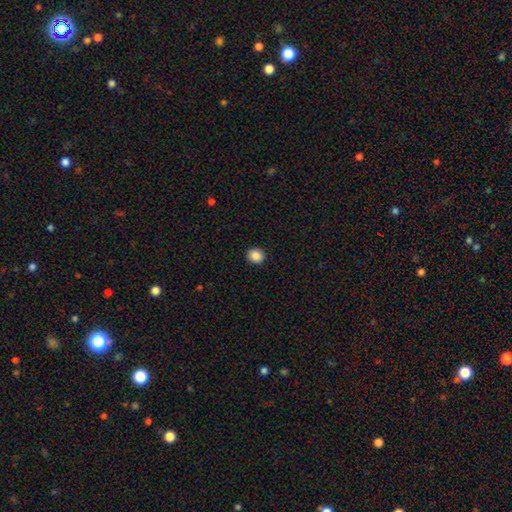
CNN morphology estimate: This is clearly a smooth galaxy (87%). How rounded: likely round (77%). Merging: clearly none (92%).